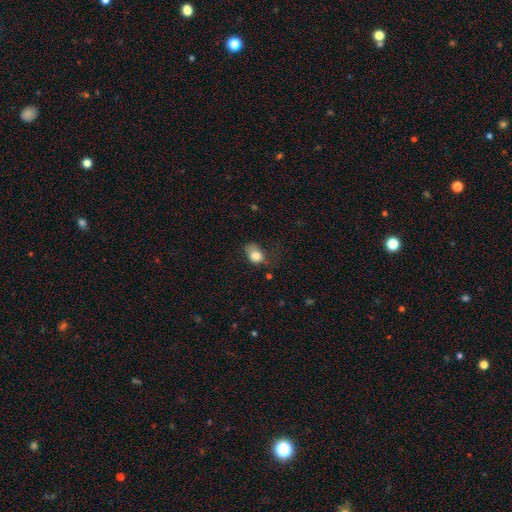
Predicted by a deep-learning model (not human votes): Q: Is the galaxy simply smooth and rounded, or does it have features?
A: smooth — 81%.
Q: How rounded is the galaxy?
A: in between — 65%.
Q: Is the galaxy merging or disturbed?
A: minor disturbance — 35%.